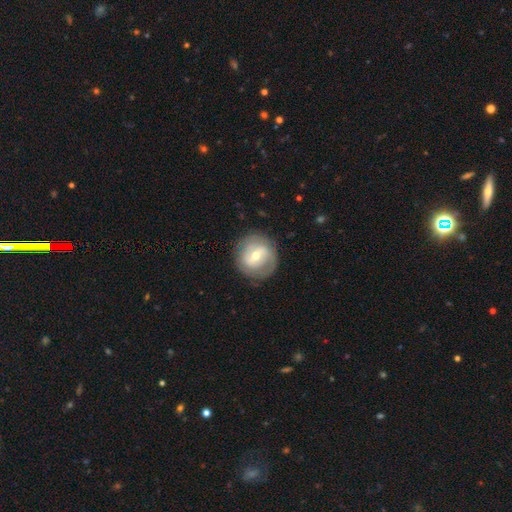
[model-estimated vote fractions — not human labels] smooth_or_featured: featured or disk (p=0.59) [alt: smooth p=0.34]
disk_edge_on: no (p=0.96) [alt: yes p=0.04]
bar: weak (p=0.48) [alt: no p=0.29]
has_spiral_arms: yes (p=0.63) [alt: no p=0.37]
bulge_size: moderate (p=0.57) [alt: small p=0.38]
merging: none (p=0.79) [alt: minor disturbance p=0.13]